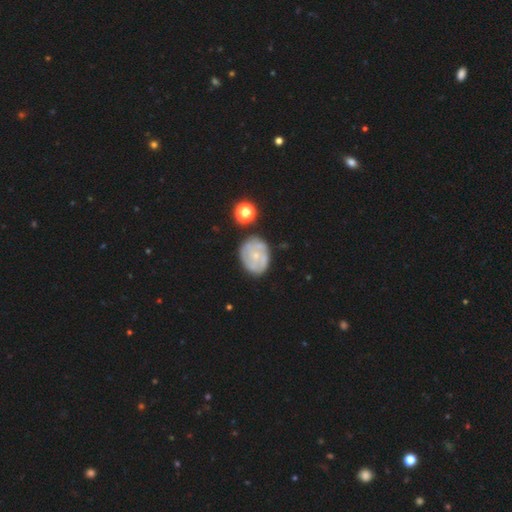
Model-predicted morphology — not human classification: type=featured or disk (60%); edge-on=no (97%); bar=no (82%); spiral arms=yes (63%); bulge=small (71%); merging=none (69%).